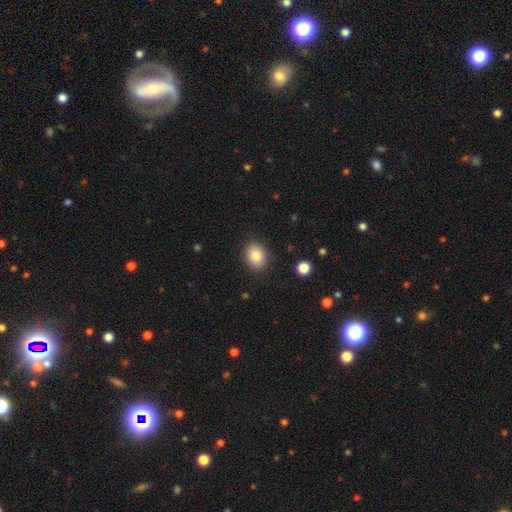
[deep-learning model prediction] Morphology: type=smooth (83%); roundness=round (53%); merging=none (86%).